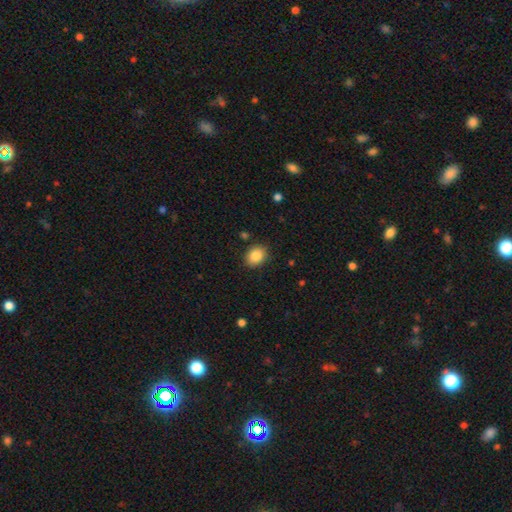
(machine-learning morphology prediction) The model was most divided on "how rounded": in between: 55%, round: 45%, cigar-shaped: 1%. More confident: merging — none (87%); smooth or featured — smooth (86%).